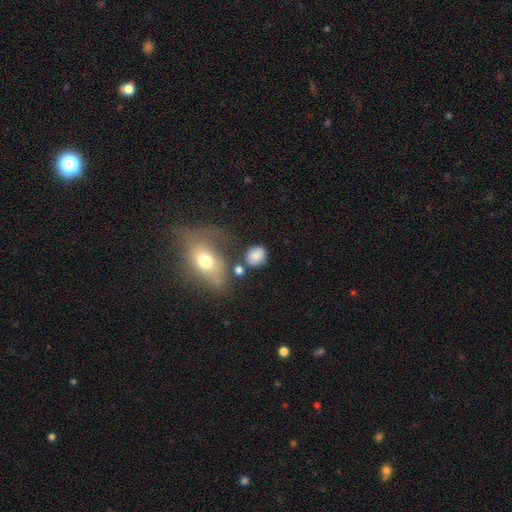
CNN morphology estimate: This is clearly a smooth galaxy (82%). How rounded: possibly round (49%, tied with in between). Merging: likely none (64%).